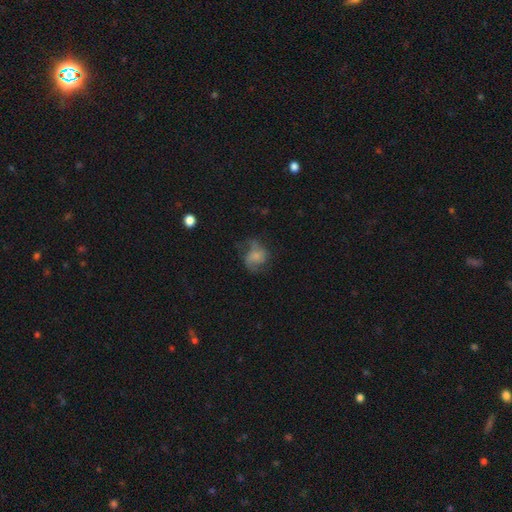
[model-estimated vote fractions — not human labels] Smooth or featured? Predicted: featured or disk (p=0.51). Edge-on disk? Predicted: no (p=0.97). Merging? Predicted: none (p=0.50).